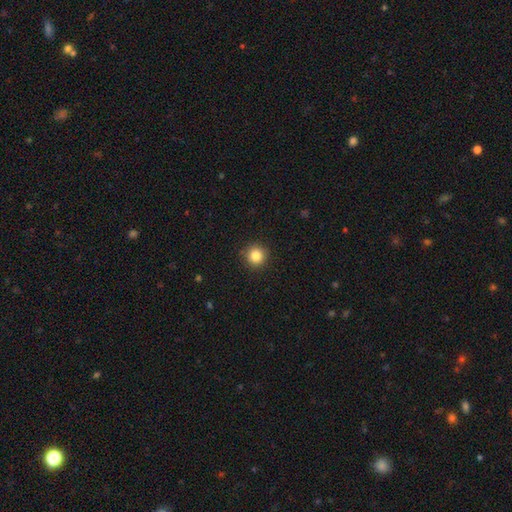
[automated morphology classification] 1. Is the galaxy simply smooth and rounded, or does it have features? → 85% smooth, 11% star or artifact, 5% featured or disk.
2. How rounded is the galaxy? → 95% round, 4% in between, 1% cigar-shaped.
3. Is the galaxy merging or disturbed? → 92% none, 6% minor disturbance, 2% major disturbance, 1% merger.